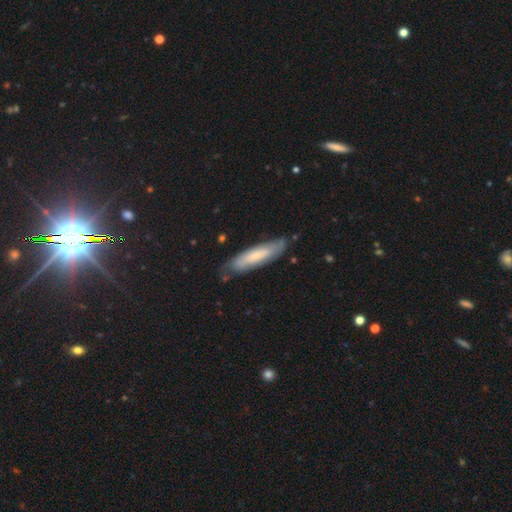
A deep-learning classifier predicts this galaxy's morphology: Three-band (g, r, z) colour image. It shows a smooth galaxy with no disk features (59%) that is cigar-shaped (74%). Merging: none (76%).